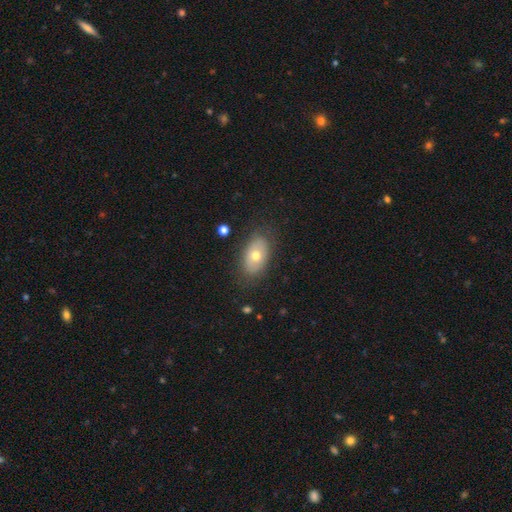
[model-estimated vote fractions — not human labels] Q: Smooth or featured?
A: smooth (62%); runner-up: featured or disk (30%)
Q: How rounded?
A: in between (89%); runner-up: round (10%)
Q: Merging?
A: none (80%); runner-up: minor disturbance (14%)